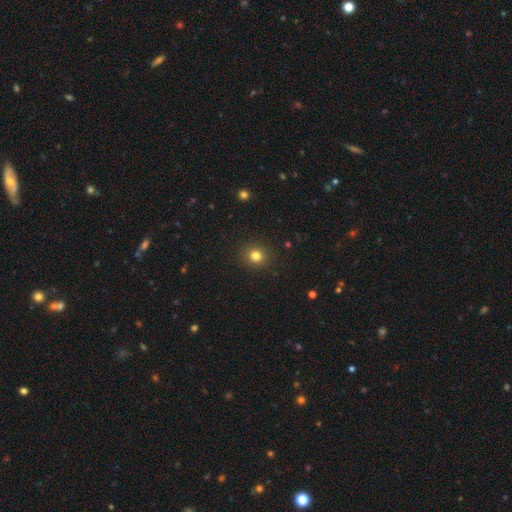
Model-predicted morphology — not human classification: Q: Smooth or featured?
A: smooth (80%); runner-up: star or artifact (14%)
Q: How rounded?
A: round (83%); runner-up: in between (17%)
Q: Merging?
A: none (91%); runner-up: minor disturbance (6%)